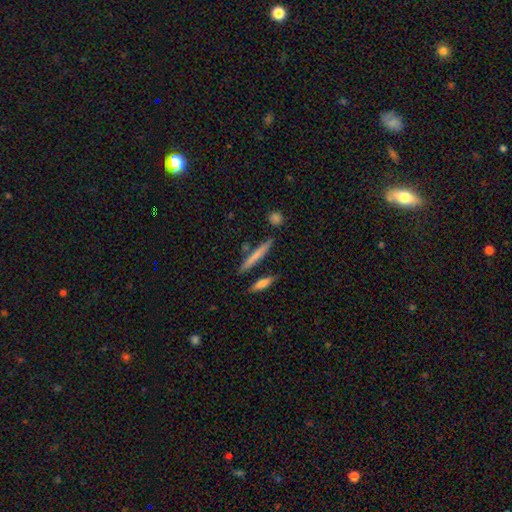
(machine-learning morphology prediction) Overall: smooth (67%; featured or disk 28%). How rounded: cigar-shaped (94%). Merging: none (86%).